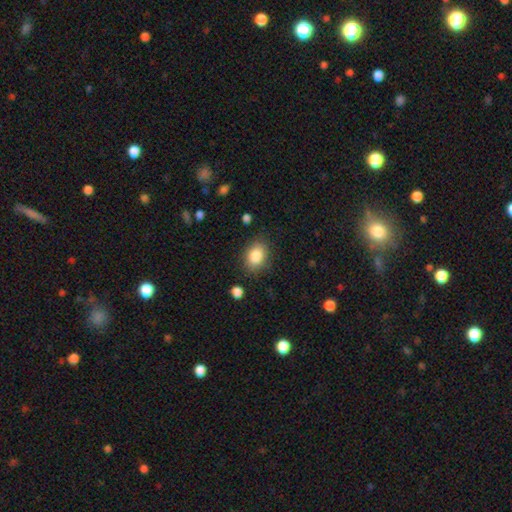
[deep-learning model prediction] This is clearly a smooth galaxy (86%). How rounded: likely in between (71%). Merging: clearly none (83%).